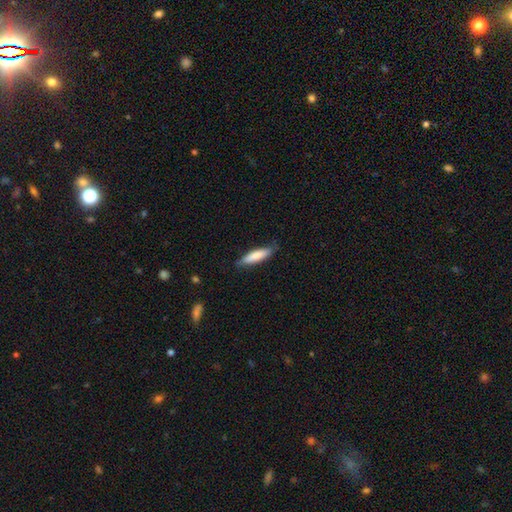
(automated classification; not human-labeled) A smooth galaxy with no disk features (79%) that is cigar-shaped (73%).

Vote fractions:
- Smooth or featured? smooth: 79% / featured or disk: 15% / star or artifact: 5%
- How rounded? cigar-shaped: 73% / in between: 26% / round: 1%
- Merging? none: 77% / minor disturbance: 19% / major disturbance: 3% / merger: 1%